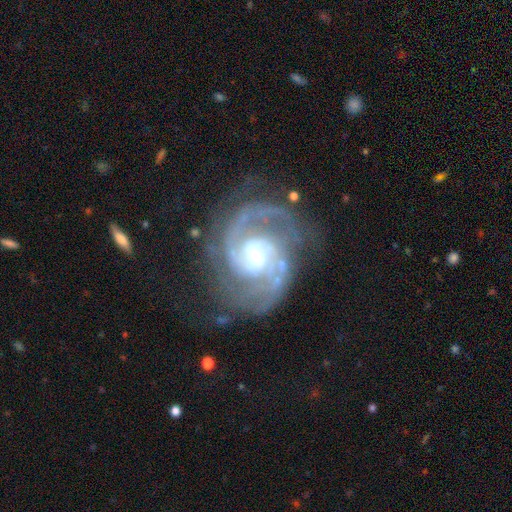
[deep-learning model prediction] Overall: featured or disk (92%). Edge-on disk: no (98%). Bar: weak (54%; no 23%). Spiral arms: yes (98%). Spiral arm count: 2 (70%). Spiral winding: tight (49%; medium 44%). Bulge size: small (46%; moderate 44%). Merging: none (72%).